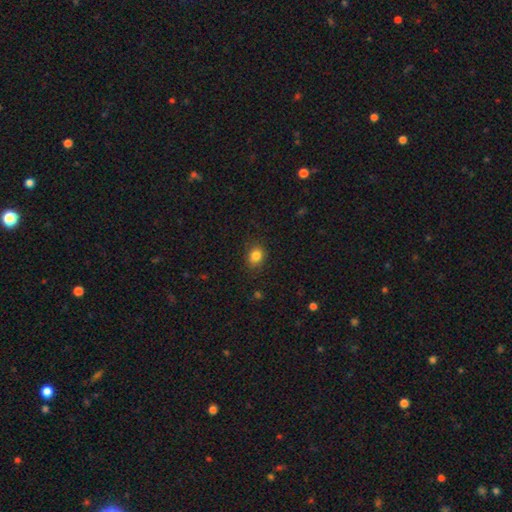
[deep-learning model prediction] Q: Smooth or featured?
A: smooth (84%); runner-up: star or artifact (11%)
Q: How rounded?
A: round (53%); runner-up: in between (46%)
Q: Merging?
A: none (84%); runner-up: minor disturbance (12%)